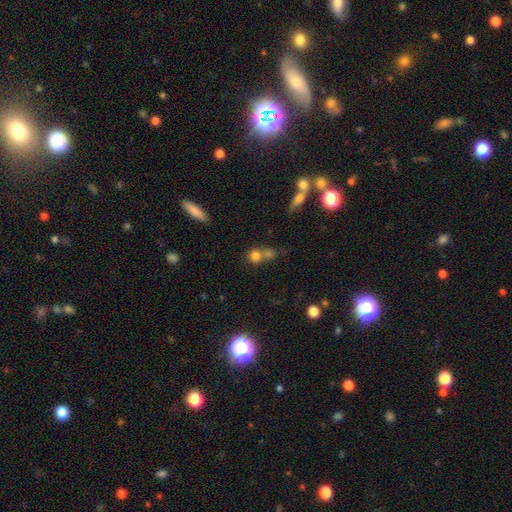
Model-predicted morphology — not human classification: smooth 76%, star or artifact 13%, featured or disk 11%. Down the decision tree: how rounded — round (81%); merging — merger (48%).